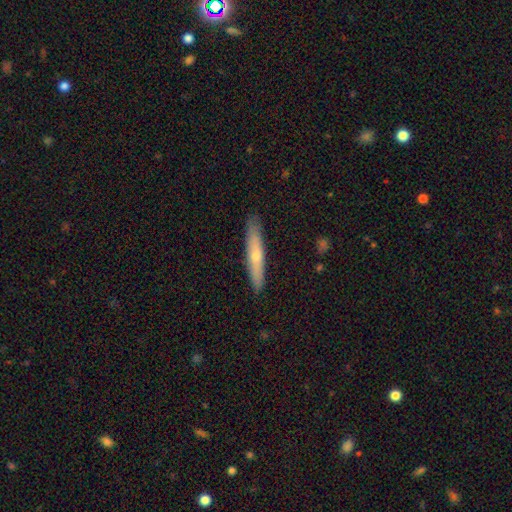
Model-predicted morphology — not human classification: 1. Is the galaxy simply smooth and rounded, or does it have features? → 56% smooth, 38% featured or disk, 6% star or artifact.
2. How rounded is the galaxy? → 91% cigar-shaped, 7% in between, 1% round.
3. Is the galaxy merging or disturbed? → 89% none, 8% minor disturbance, 2% major disturbance, 1% merger.